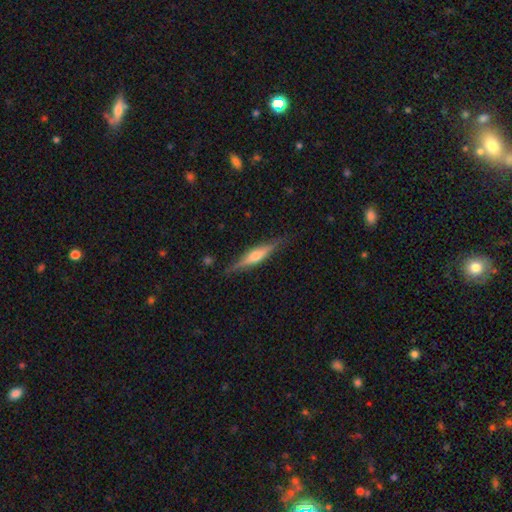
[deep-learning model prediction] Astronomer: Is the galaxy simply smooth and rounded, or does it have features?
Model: featured or disk — 66%.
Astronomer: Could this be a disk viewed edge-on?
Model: yes — 96%.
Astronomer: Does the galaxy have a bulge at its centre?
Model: rounded — 83%.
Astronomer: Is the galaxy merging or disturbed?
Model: none — 86%.